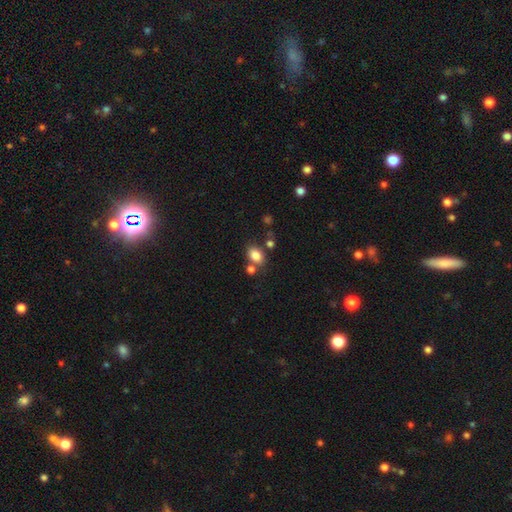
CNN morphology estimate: Smooth or featured?
  - smooth: 82% *
  - star or artifact: 10%
  - featured or disk: 8%
How rounded?
  - in between: 75% *
  - round: 24%
  - cigar-shaped: 1%
Merging?
  - none: 64% *
  - merger: 19%
  - minor disturbance: 13%
  - major disturbance: 4%